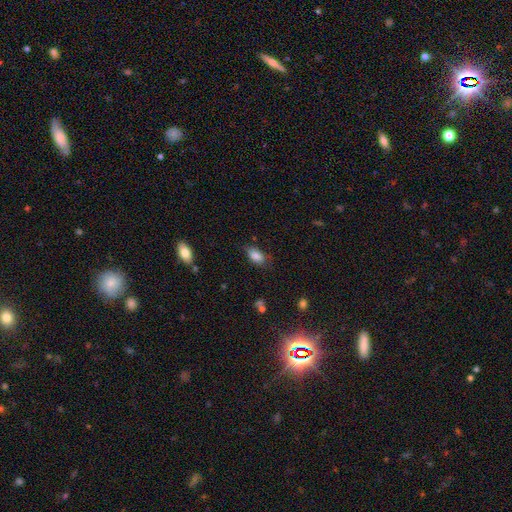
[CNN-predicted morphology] The model was most divided on "merging": none: 69%, minor disturbance: 23%, major disturbance: 6%, merger: 2%. More confident: how rounded — in between (91%); smooth or featured — smooth (84%).